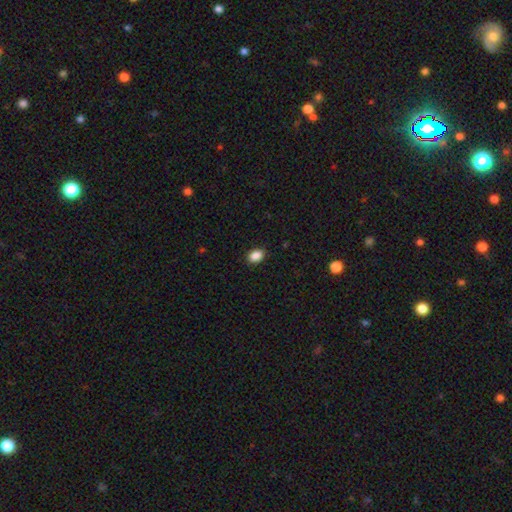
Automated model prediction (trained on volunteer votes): Morphology: type=smooth (88%); roundness=in between (81%); merging=none (88%).